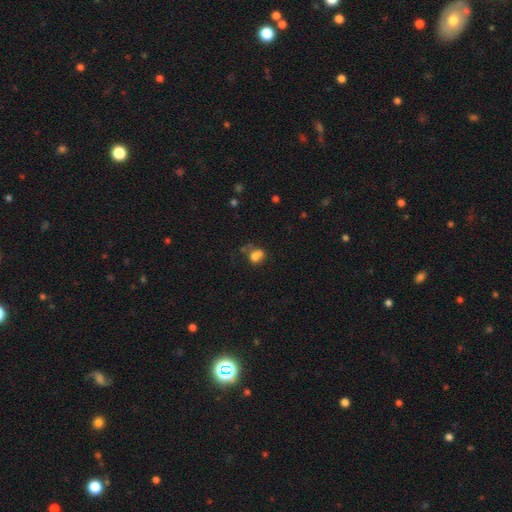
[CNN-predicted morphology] Q: Smooth or featured?
A: smooth (69%); runner-up: featured or disk (16%)
Q: How rounded?
A: in between (51%); runner-up: round (47%)
Q: Merging?
A: merger (40%); runner-up: none (30%)